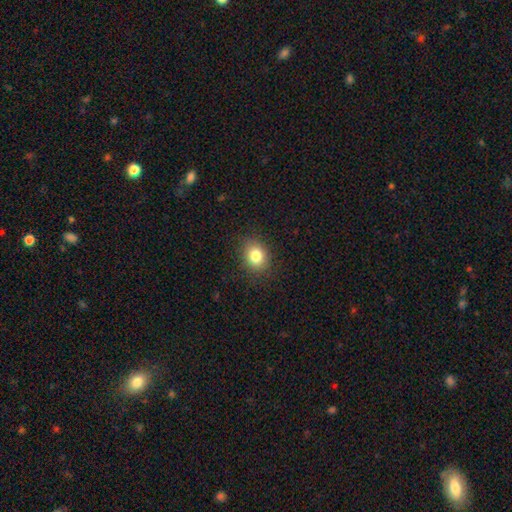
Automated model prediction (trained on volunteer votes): Overall: smooth (82%). How rounded: round (53%; in between 47%). Merging: none (87%).